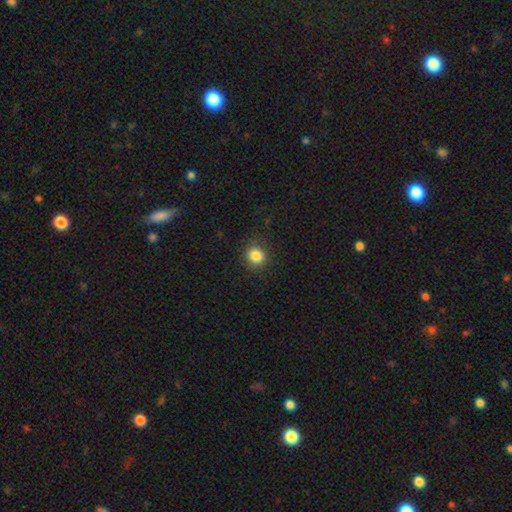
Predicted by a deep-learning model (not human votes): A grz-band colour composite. It shows a smooth galaxy with no disk features (84%) that is round (80%). Merging: none (86%).